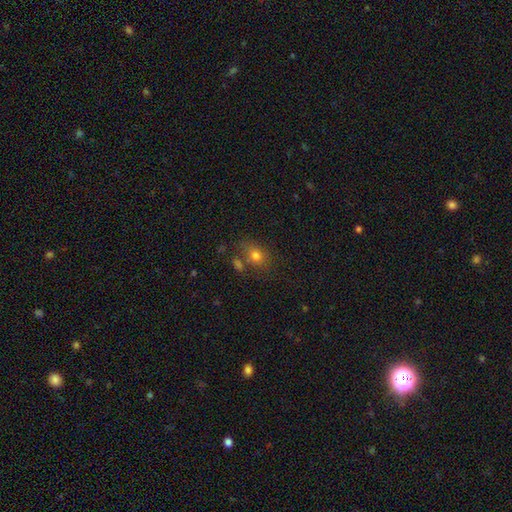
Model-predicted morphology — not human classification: Smooth or featured? Predicted: smooth (p=0.74). How rounded? Predicted: in between (p=0.57). Merging? Predicted: none (p=0.60).